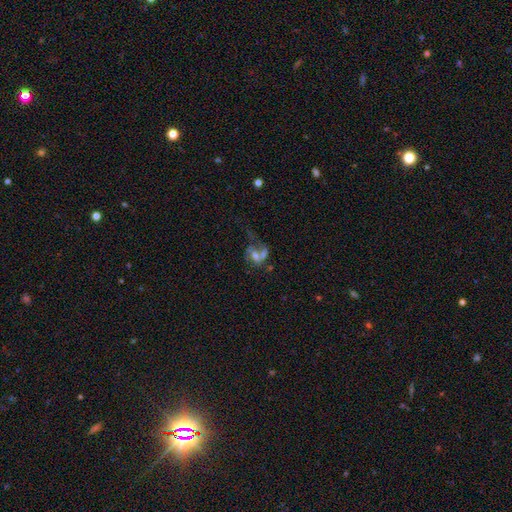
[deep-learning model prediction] A featured or disk galaxy (51%).

Vote fractions:
- Smooth or featured? featured or disk: 51% / smooth: 35% / star or artifact: 14%
- Edge-on disk? no: 96% / yes: 4%
- Merging? merger: 40% / major disturbance: 27% / none: 22% / minor disturbance: 12%